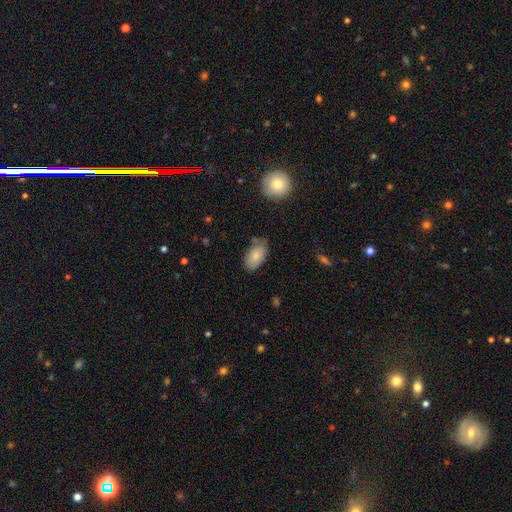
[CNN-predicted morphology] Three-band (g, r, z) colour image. It shows a smooth galaxy with no disk features (81%) that is in between round and cigar-shaped (94%). Merging: none (69%).